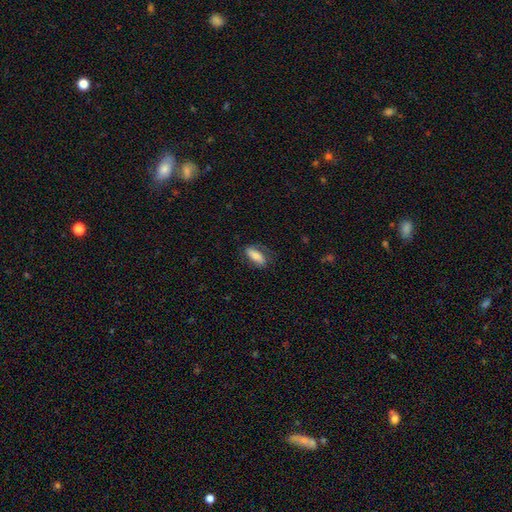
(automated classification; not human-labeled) Smooth or featured: smooth — 75% (featured or disk — 19%)
How rounded: in between — 70% (cigar-shaped — 27%)
Merging: none — 69% (minor disturbance — 21%)